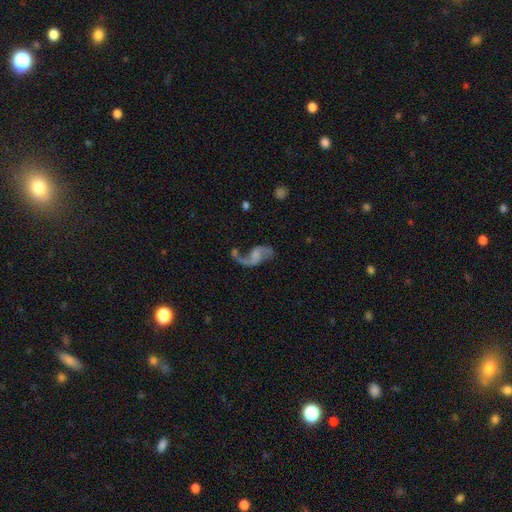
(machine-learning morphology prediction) This is clearly a featured or disk galaxy (82%). It is clearly not viewed edge-on (97%). Bar: marginally weak (44%). Spiral arm pattern: clearly yes (93%). Spiral arm count: clearly 2 (83%). Spiral winding: clearly loose (84%). Central bulge: possibly none (52%). Merging: possibly none (46%).